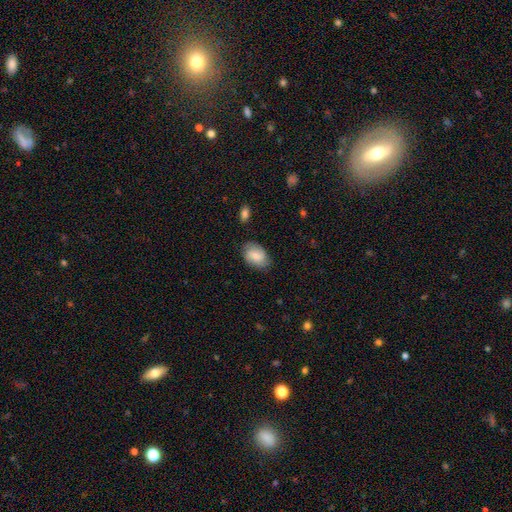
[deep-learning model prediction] A smooth galaxy with no disk features (75%) that is in between round and cigar-shaped (85%).

Vote fractions:
- Smooth or featured? smooth: 75% / featured or disk: 18% / star or artifact: 7%
- How rounded? in between: 85% / round: 13% / cigar-shaped: 1%
- Merging? none: 77% / minor disturbance: 18% / major disturbance: 4% / merger: 1%